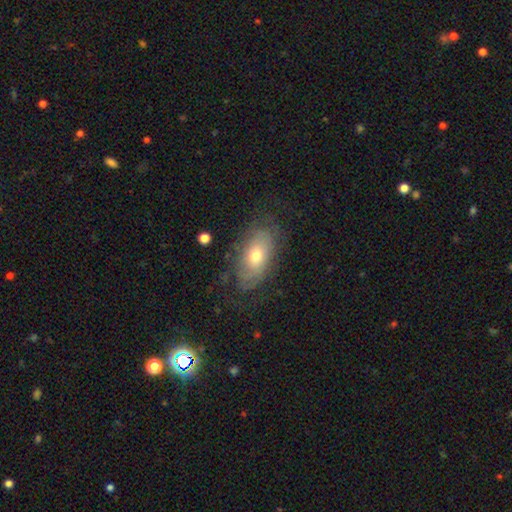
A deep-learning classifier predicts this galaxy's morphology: smooth-or-featured: featured or disk: 46% | smooth: 45% | star or artifact: 8%
  merging: none: 68% | minor disturbance: 20% | major disturbance: 11% | merger: 1%